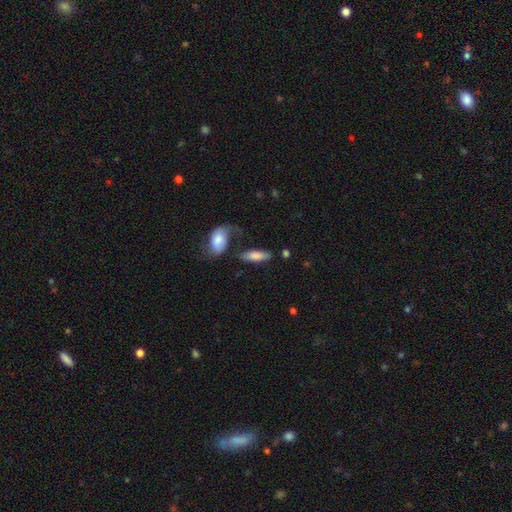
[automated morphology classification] Q: Smooth or featured?
A: smooth (75%); runner-up: featured or disk (18%)
Q: How rounded?
A: in between (61%); runner-up: cigar-shaped (36%)
Q: Merging?
A: none (58%); runner-up: minor disturbance (19%)